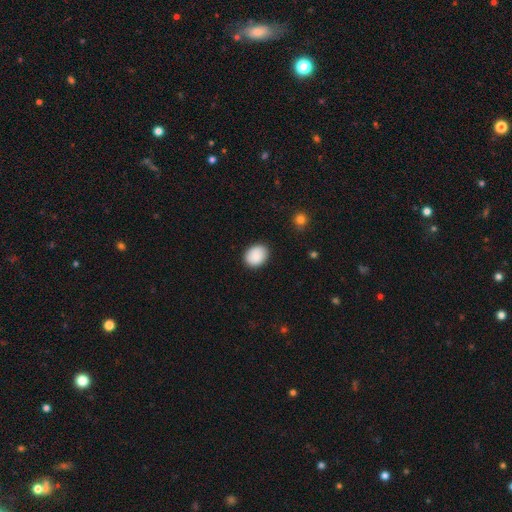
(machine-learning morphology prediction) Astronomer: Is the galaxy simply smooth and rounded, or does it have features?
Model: smooth — 90%.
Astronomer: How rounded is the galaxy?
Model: in between — 54% (runner-up: round, 46%).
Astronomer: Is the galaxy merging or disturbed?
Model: none — 88%.